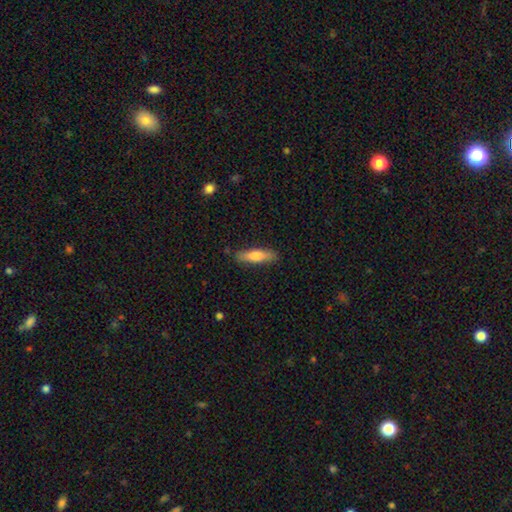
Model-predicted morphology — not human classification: Smooth or featured? Predicted: smooth (p=0.71). How rounded? Predicted: cigar-shaped (p=0.69). Merging? Predicted: none (p=0.86).